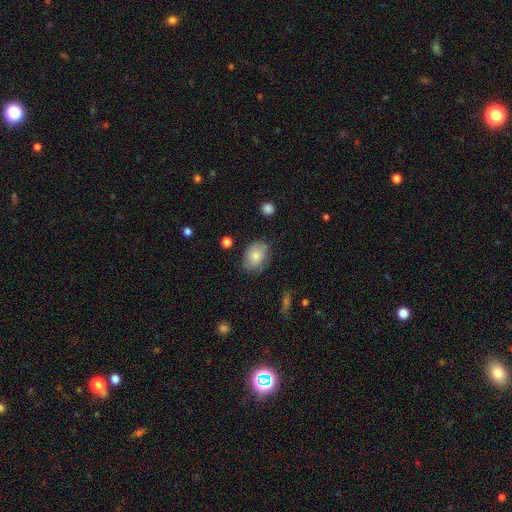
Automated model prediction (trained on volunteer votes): smooth_or_featured: smooth (p=0.77) [alt: featured or disk p=0.16]
how_rounded: in between (p=0.77) [alt: round p=0.22]
merging: none (p=0.70) [alt: minor disturbance p=0.22]